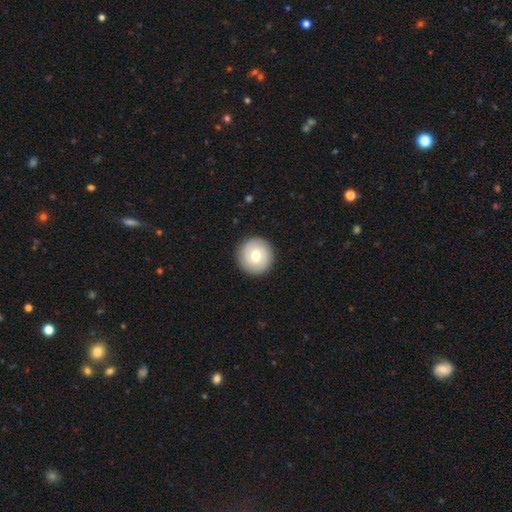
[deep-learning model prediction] smooth_or_featured: smooth (p=0.69) [alt: featured or disk p=0.24]
how_rounded: round (p=0.96) [alt: in between p=0.03]
merging: none (p=0.91) [alt: minor disturbance p=0.06]